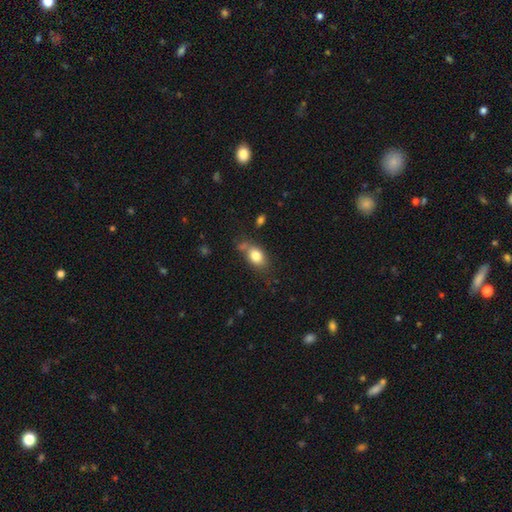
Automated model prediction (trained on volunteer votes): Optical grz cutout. It shows a smooth galaxy with no disk features (80%) that is in between round and cigar-shaped (79%). Merging: none (56%).